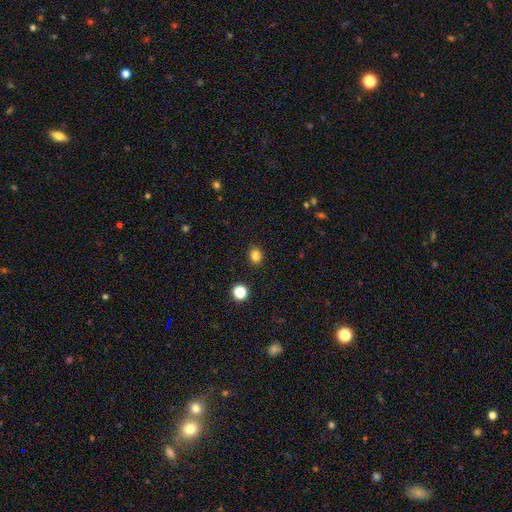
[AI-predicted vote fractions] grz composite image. It shows a smooth galaxy with no disk features (82%) that is round (61%). Merging: none (89%).